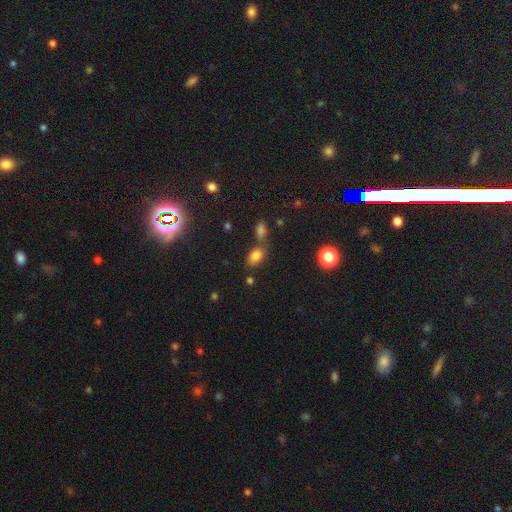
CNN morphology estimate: Q: Smooth or featured?
A: smooth (78%); runner-up: star or artifact (15%)
Q: How rounded?
A: in between (87%); runner-up: round (10%)
Q: Merging?
A: none (62%); runner-up: merger (22%)